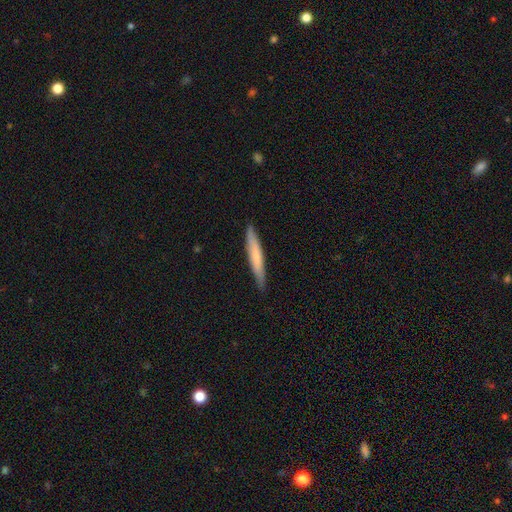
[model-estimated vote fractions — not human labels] Smooth or featured?
  - smooth: 67% *
  - featured or disk: 28%
  - star or artifact: 5%
How rounded?
  - cigar-shaped: 94% *
  - in between: 5%
  - round: 1%
Merging?
  - none: 87% *
  - minor disturbance: 10%
  - major disturbance: 2%
  - merger: 1%